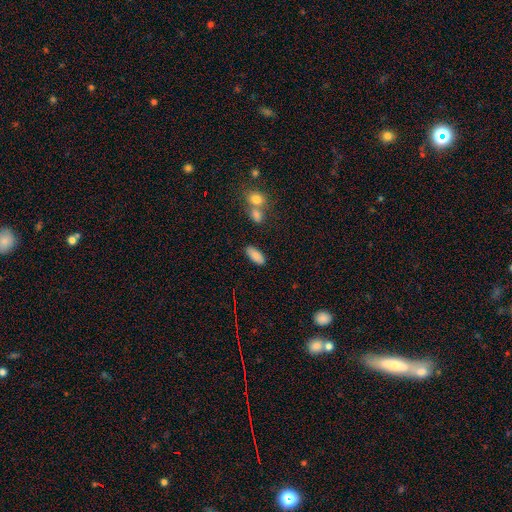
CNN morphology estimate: Q: Smooth or featured?
A: smooth (84%); runner-up: star or artifact (8%)
Q: How rounded?
A: in between (83%); runner-up: cigar-shaped (14%)
Q: Merging?
A: none (83%); runner-up: minor disturbance (10%)